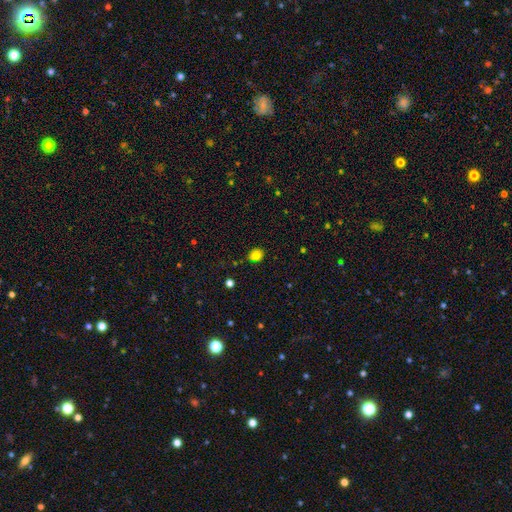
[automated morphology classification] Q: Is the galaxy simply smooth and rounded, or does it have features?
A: smooth — 80%.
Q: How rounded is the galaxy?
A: round — 71%.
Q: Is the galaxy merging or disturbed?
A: none — 79%.